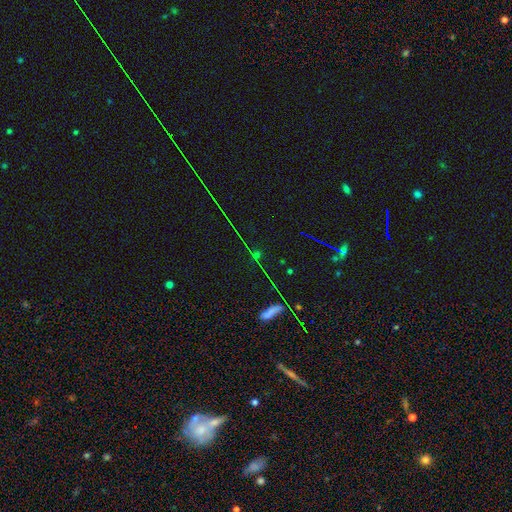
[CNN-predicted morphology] This is likely a star or artifact rather than a galaxy (70%).